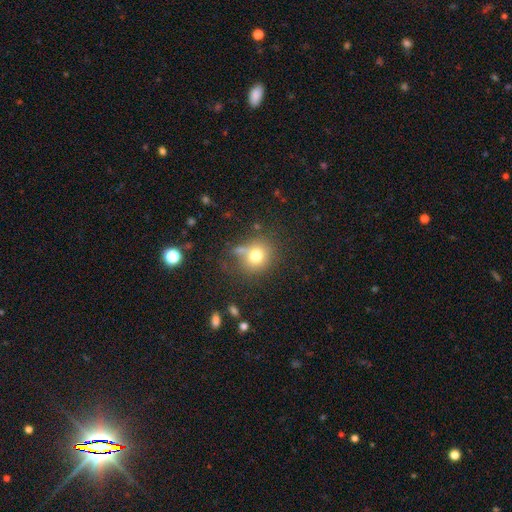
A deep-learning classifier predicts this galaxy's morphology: smooth_or_featured: smooth (p=0.73) [alt: star or artifact p=0.14]
how_rounded: round (p=0.79) [alt: in between p=0.20]
merging: none (p=0.65) [alt: minor disturbance p=0.16]